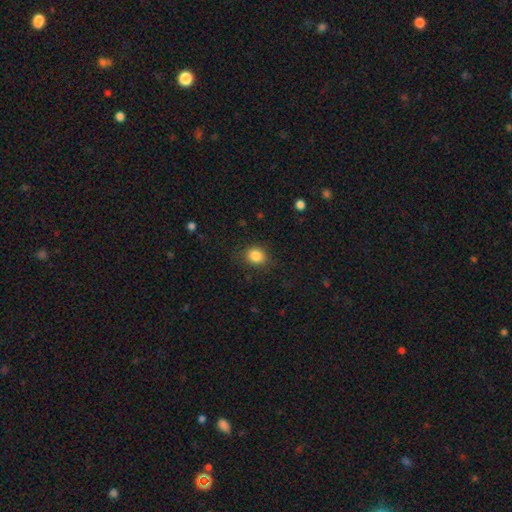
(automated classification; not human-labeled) Smooth or featured? smooth (85%)
How rounded? round (60%)
Merging? none (82%)